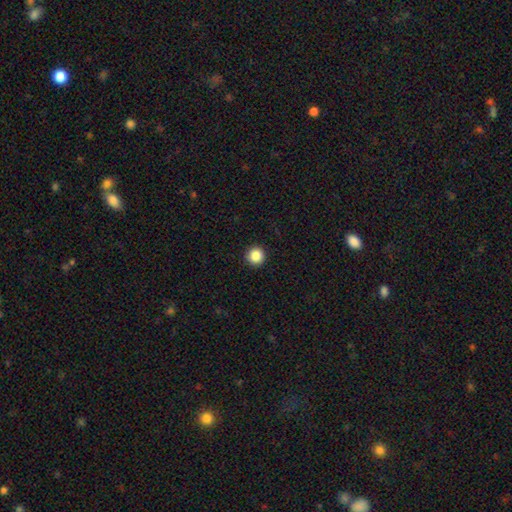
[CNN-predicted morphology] Smooth or featured?
  - smooth: 87% *
  - star or artifact: 10%
  - featured or disk: 3%
How rounded?
  - round: 96% *
  - in between: 3%
  - cigar-shaped: 1%
Merging?
  - none: 93% *
  - minor disturbance: 4%
  - major disturbance: 2%
  - merger: 1%